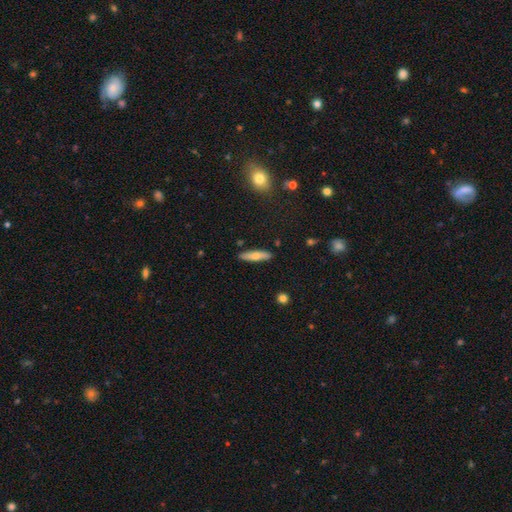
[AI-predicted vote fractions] smooth_or_featured: smooth (p=0.63) [alt: featured or disk p=0.30]
how_rounded: cigar-shaped (p=0.74) [alt: in between p=0.23]
merging: none (p=0.89) [alt: minor disturbance p=0.08]